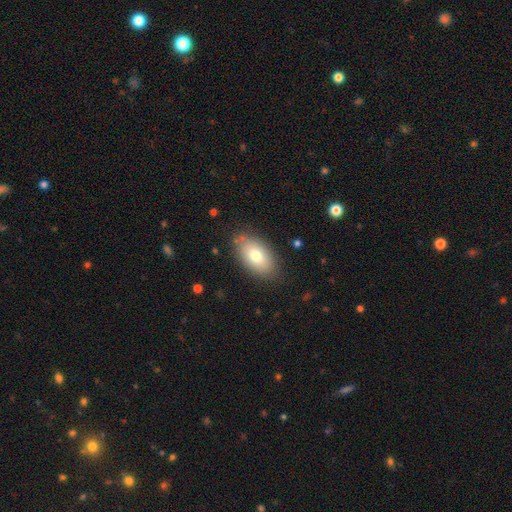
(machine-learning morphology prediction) Smooth or featured? smooth (75%)
How rounded? in between (92%)
Merging? none (82%)